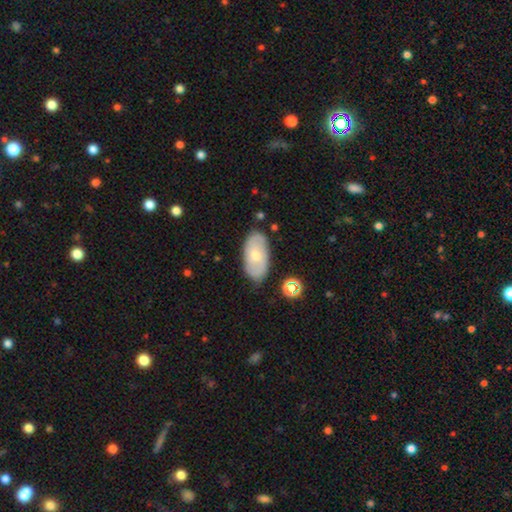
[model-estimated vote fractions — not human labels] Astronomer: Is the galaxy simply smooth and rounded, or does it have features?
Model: smooth — 52% (runner-up: featured or disk, 41%).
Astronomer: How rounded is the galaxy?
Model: in between — 93%.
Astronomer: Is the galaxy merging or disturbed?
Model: none — 78%.